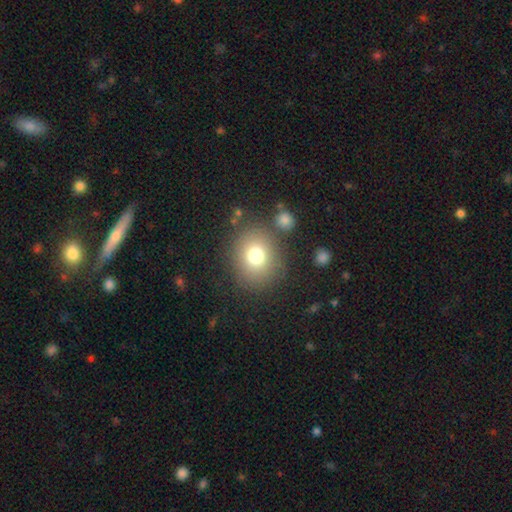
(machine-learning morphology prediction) Smooth or featured? Predicted: smooth (p=0.76). How rounded? Predicted: round (p=0.72). Merging? Predicted: none (p=0.79).